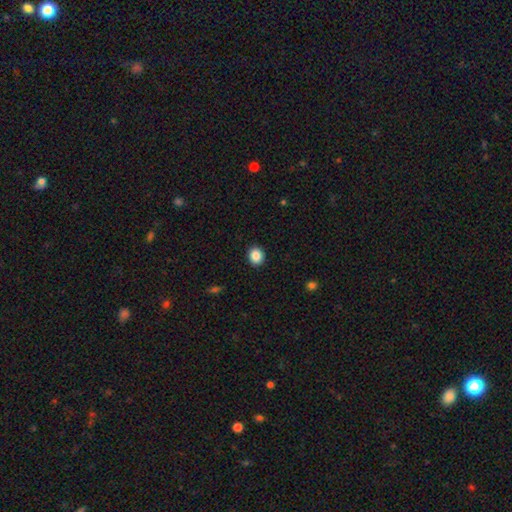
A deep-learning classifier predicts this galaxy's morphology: type=smooth (88%); roundness=round (66%); merging=none (92%).